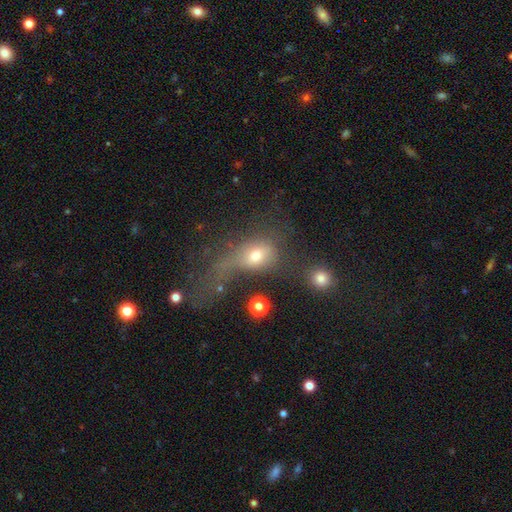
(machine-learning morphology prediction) Smooth or featured? smooth (63%)
How rounded? in between (58%)
Merging? major disturbance (49%)